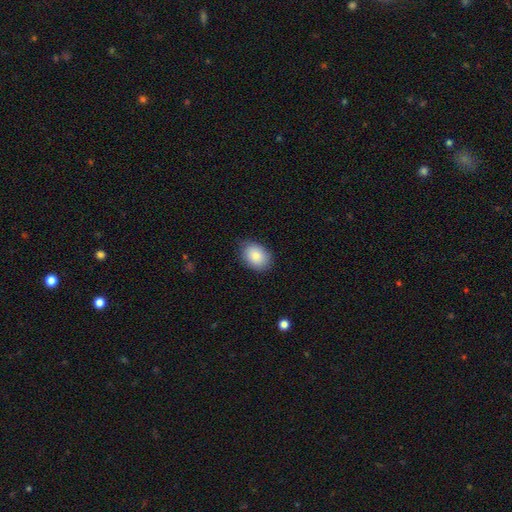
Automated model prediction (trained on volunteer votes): This is clearly a smooth galaxy (84%). How rounded: likely in between (72%). Merging: clearly none (83%).